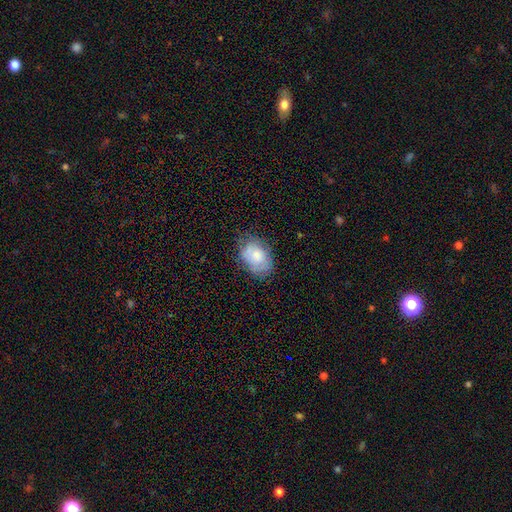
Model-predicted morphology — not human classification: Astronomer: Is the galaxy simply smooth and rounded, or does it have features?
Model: smooth — 70%.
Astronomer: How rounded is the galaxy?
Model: in between — 82%.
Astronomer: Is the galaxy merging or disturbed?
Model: none — 67%.